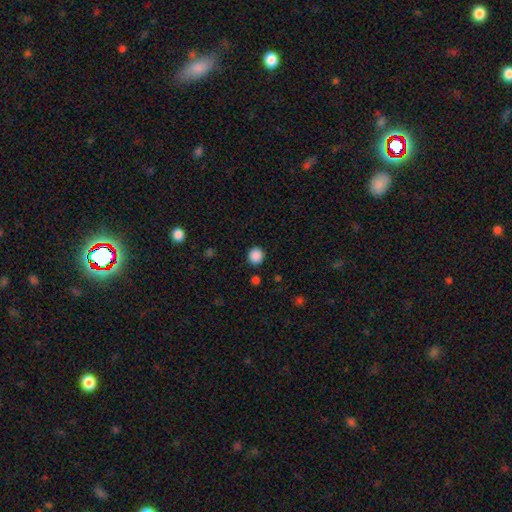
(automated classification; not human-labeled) smooth 87%, star or artifact 10%, featured or disk 2%. Down the decision tree: how rounded — round (93%); merging — none (91%).